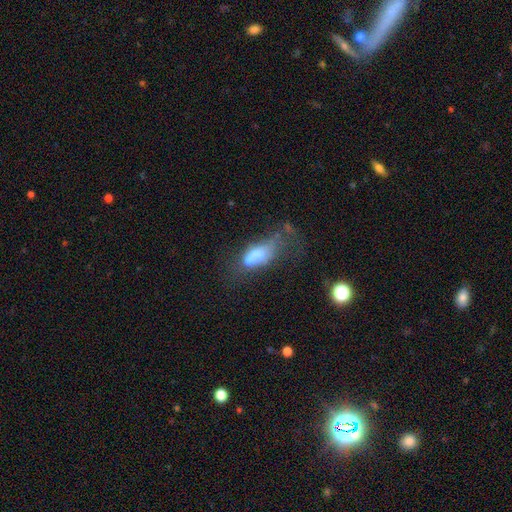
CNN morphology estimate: Smooth or featured?
  - smooth: 55% *
  - featured or disk: 33%
  - star or artifact: 12%
How rounded?
  - in between: 82% *
  - cigar-shaped: 12%
  - round: 6%
Merging?
  - merger: 31% *
  - major disturbance: 30%
  - none: 20%
  - minor disturbance: 19%